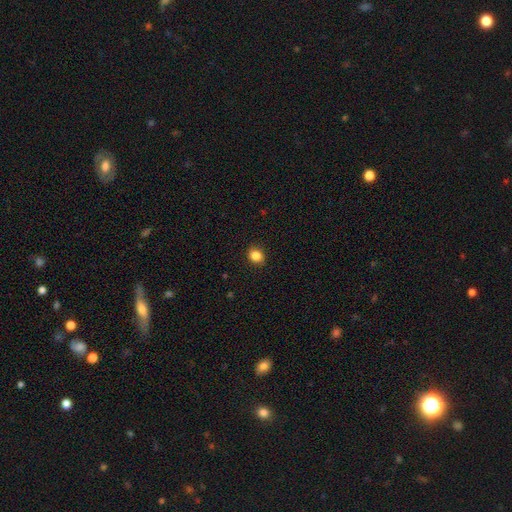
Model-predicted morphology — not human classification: Smooth or featured? Predicted: smooth (p=0.85). How rounded? Predicted: round (p=0.62). Merging? Predicted: none (p=0.89).